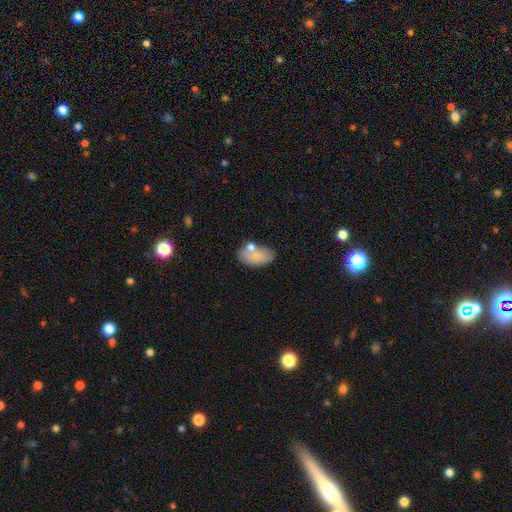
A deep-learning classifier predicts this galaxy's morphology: Smooth or featured?
  - smooth: 78% *
  - featured or disk: 15%
  - star or artifact: 7%
How rounded?
  - in between: 93% *
  - round: 5%
  - cigar-shaped: 2%
Merging?
  - none: 58% *
  - minor disturbance: 19%
  - merger: 18%
  - major disturbance: 6%